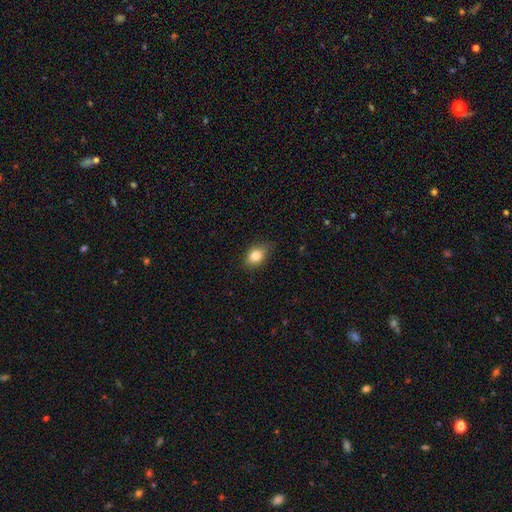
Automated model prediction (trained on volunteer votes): smooth 81%, featured or disk 10%, star or artifact 9%. Down the decision tree: how rounded — in between (77%); merging — none (76%).